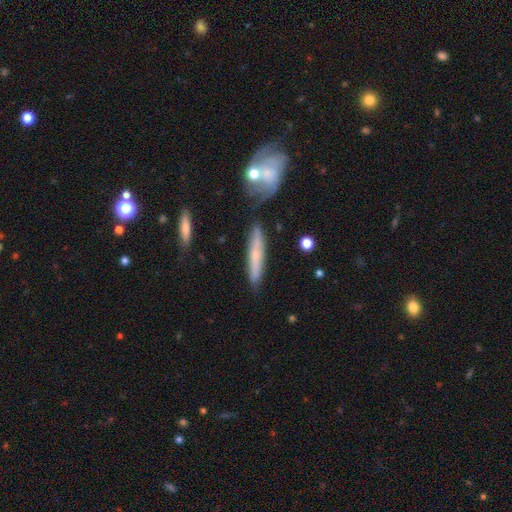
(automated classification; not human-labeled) This appears to be a smooth galaxy with no disk features (55%) that is cigar-shaped (90%). Merging: none (80%).